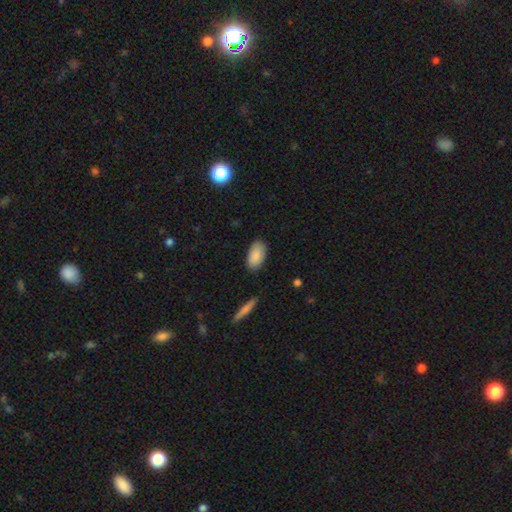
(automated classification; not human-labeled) Overall: smooth (88%). How rounded: in between (95%). Merging: none (84%).